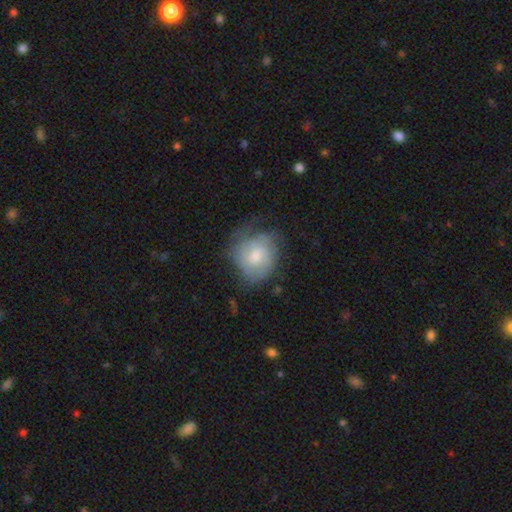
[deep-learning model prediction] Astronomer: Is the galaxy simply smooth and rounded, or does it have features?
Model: featured or disk — 46%, tied with smooth at 46%.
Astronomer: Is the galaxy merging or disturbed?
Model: none — 48% (runner-up: minor disturbance, 30%).